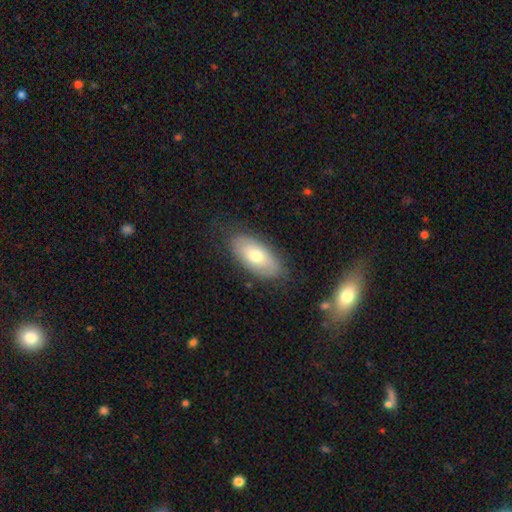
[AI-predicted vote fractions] Q: Smooth or featured?
A: smooth (61%); runner-up: featured or disk (32%)
Q: How rounded?
A: in between (91%); runner-up: cigar-shaped (5%)
Q: Merging?
A: none (80%); runner-up: minor disturbance (15%)